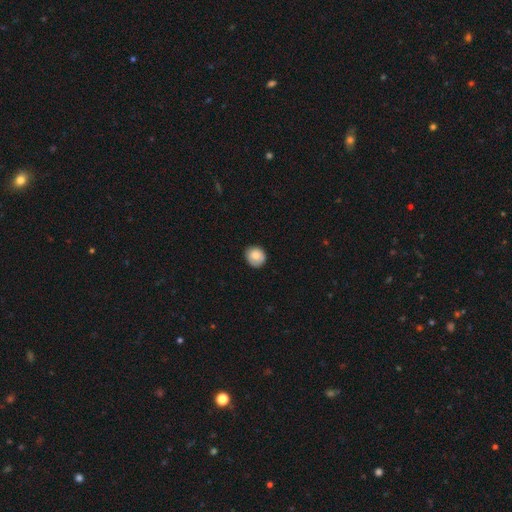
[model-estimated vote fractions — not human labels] This appears to be a smooth galaxy with no disk features (81%) that is round (86%). Merging: none (83%).